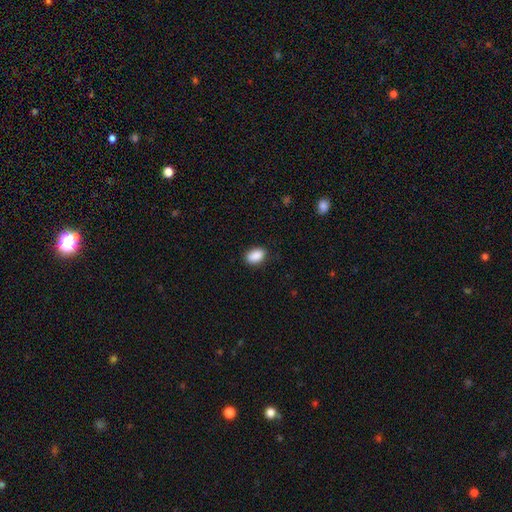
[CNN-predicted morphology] This is clearly a smooth galaxy (90%). How rounded: clearly in between (86%). Merging: clearly none (85%).